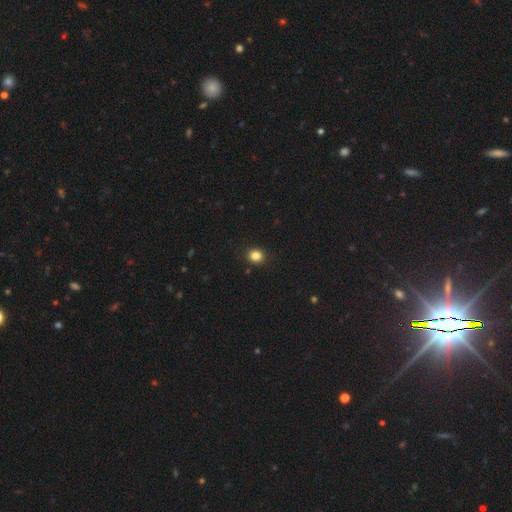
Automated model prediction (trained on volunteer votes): The model was most divided on "how rounded": round: 79%, in between: 21%, cigar-shaped: 1%. More confident: merging — none (91%); smooth or featured — smooth (84%).